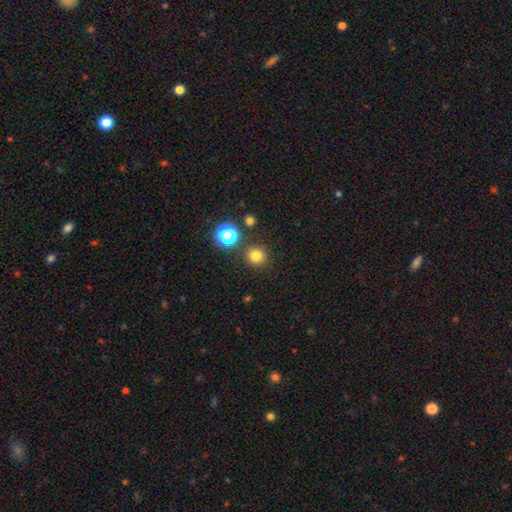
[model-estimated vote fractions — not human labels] Smooth or featured? smooth (79%)
How rounded? round (94%)
Merging? none (87%)